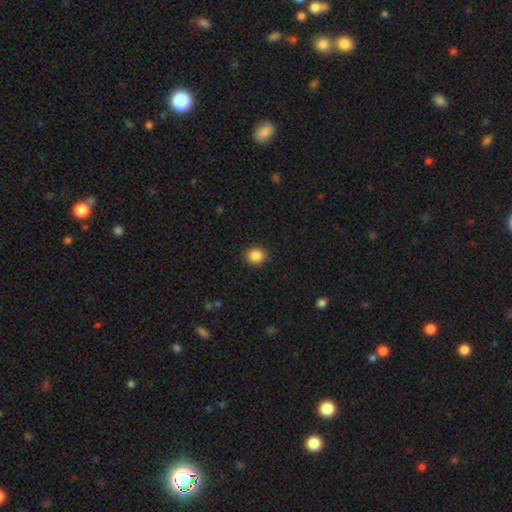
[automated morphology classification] Overall: smooth (86%). How rounded: round (68%; in between 31%). Merging: none (90%).